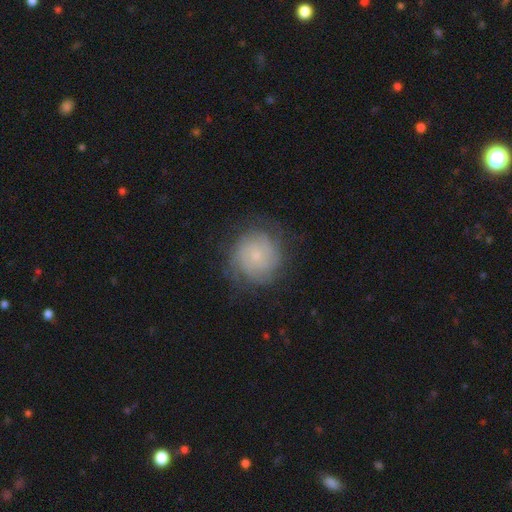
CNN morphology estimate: Smooth or featured?
  - featured or disk: 50% *
  - smooth: 41%
  - star or artifact: 9%
Edge-on disk?
  - no: 98% *
  - yes: 2%
Merging?
  - none: 73% *
  - minor disturbance: 17%
  - major disturbance: 9%
  - merger: 1%